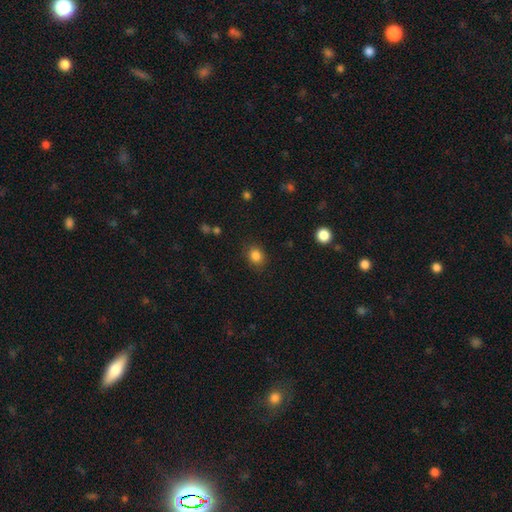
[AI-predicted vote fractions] This appears to be a smooth galaxy with no disk features (85%) that is round (63%). Merging: none (85%).